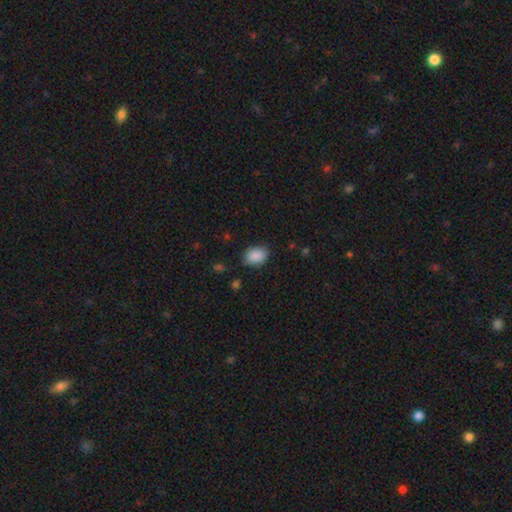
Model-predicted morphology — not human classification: The model was most divided on "how rounded": in between: 76%, round: 23%, cigar-shaped: 1%. More confident: smooth or featured — smooth (89%); merging — none (78%).